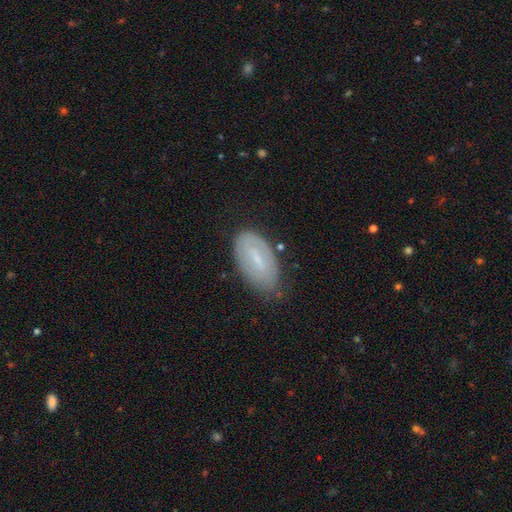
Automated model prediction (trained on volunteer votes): A featured or disk galaxy (49%).

Vote fractions:
- Smooth or featured? featured or disk: 49% / smooth: 42% / star or artifact: 9%
- Merging? none: 68% / minor disturbance: 23% / major disturbance: 6% / merger: 2%